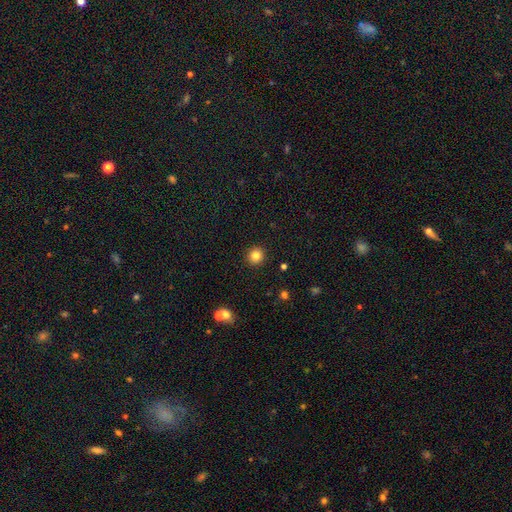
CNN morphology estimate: smooth_or_featured: smooth (p=0.83) [alt: star or artifact p=0.11]
how_rounded: round (p=0.93) [alt: in between p=0.06]
merging: none (p=0.92) [alt: minor disturbance p=0.05]